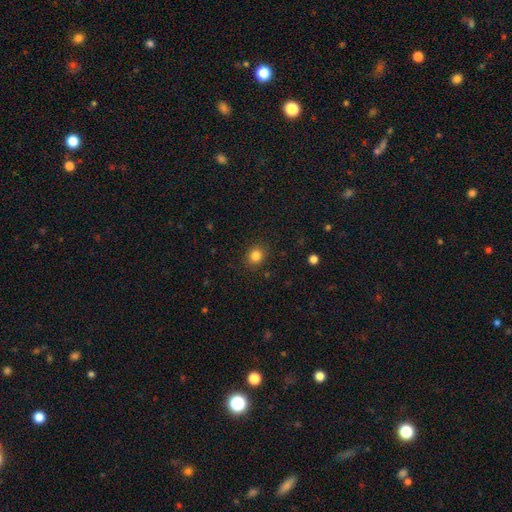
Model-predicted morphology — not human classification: smooth-or-featured: smooth: 84% | star or artifact: 12% | featured or disk: 5%
  how-rounded: round: 79% | in between: 21% | cigar-shaped: 1%
  merging: none: 89% | minor disturbance: 7% | major disturbance: 2% | merger: 1%